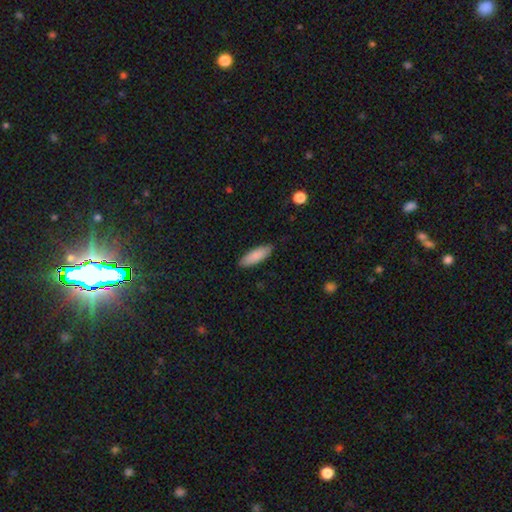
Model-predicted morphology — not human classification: smooth 87%, featured or disk 8%, star or artifact 6%. Down the decision tree: how rounded — in between (58%); merging — none (86%).